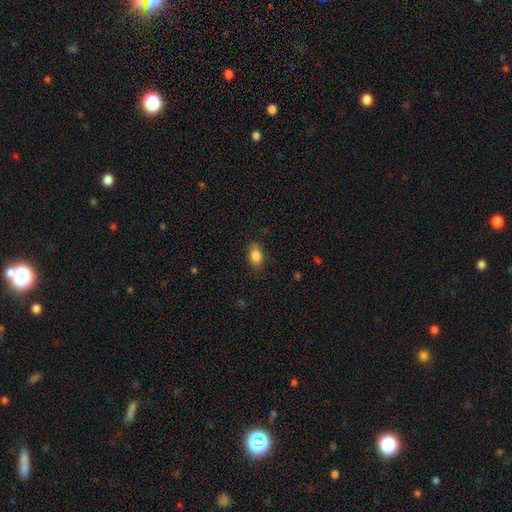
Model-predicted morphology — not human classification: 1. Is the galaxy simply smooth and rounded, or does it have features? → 85% smooth, 8% star or artifact, 8% featured or disk.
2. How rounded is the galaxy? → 87% in between, 10% round, 3% cigar-shaped.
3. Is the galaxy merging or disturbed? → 83% none, 13% minor disturbance, 3% major disturbance, 1% merger.